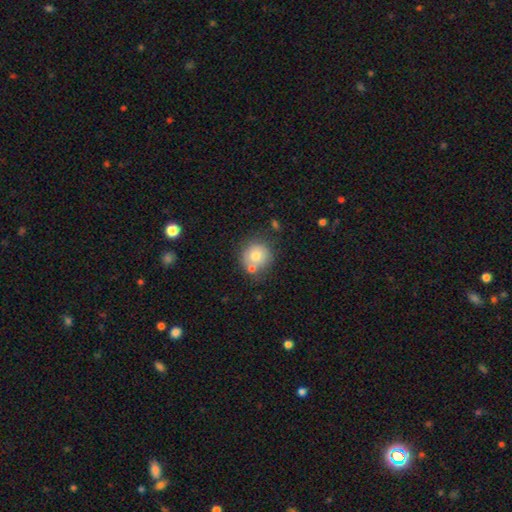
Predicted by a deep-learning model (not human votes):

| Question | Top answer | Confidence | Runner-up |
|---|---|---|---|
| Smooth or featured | smooth | 75% | featured or disk (16%) |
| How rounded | round | 90% | in between (9%) |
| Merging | none | 60% | merger (20%) |